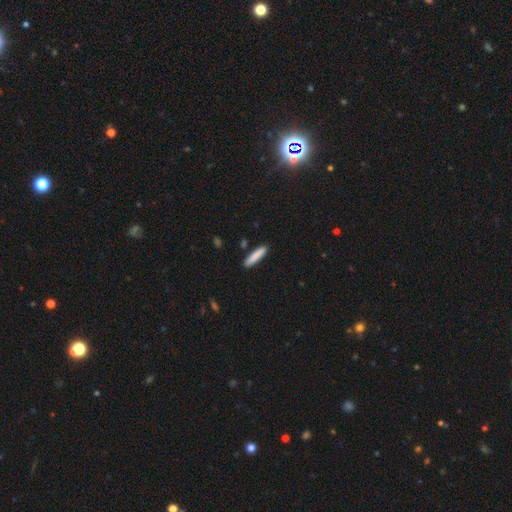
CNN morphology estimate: Smooth or featured? smooth (85%)
How rounded? cigar-shaped (88%)
Merging? none (89%)